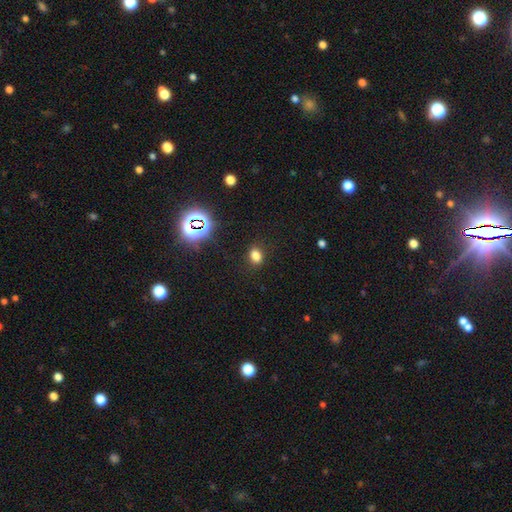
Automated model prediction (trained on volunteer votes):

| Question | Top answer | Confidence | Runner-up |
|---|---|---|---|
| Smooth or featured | smooth | 75% | star or artifact (19%) |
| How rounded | in between | 63% | round (35%) |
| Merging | none | 85% | minor disturbance (10%) |